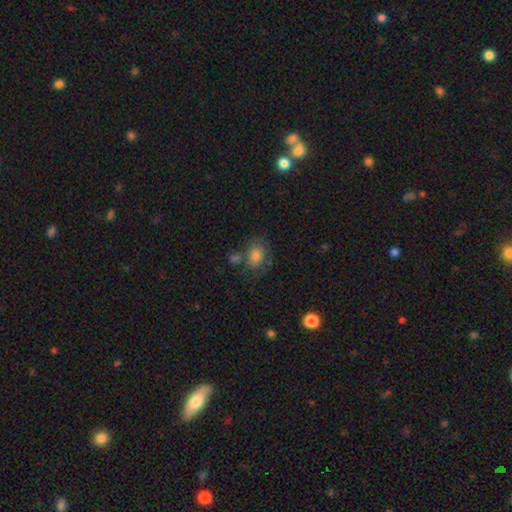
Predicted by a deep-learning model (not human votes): Smooth or featured?
  - smooth: 72% *
  - featured or disk: 17%
  - star or artifact: 11%
How rounded?
  - in between: 69% *
  - round: 30%
  - cigar-shaped: 1%
Merging?
  - none: 54% *
  - minor disturbance: 21%
  - merger: 14%
  - major disturbance: 11%